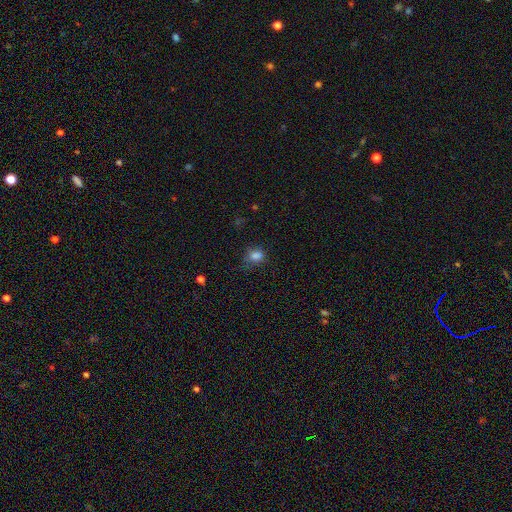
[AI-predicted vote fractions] Smooth or featured?
  - smooth: 81% *
  - star or artifact: 13%
  - featured or disk: 6%
How rounded?
  - in between: 55% *
  - round: 43%
  - cigar-shaped: 1%
Merging?
  - none: 53% *
  - minor disturbance: 31%
  - major disturbance: 13%
  - merger: 3%